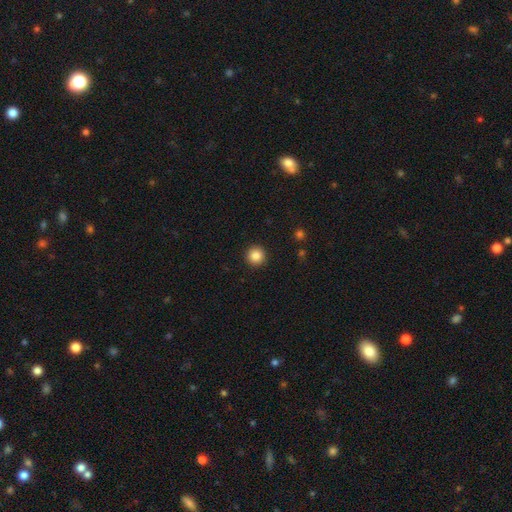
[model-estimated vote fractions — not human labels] smooth-or-featured: smooth: 86% | star or artifact: 10% | featured or disk: 4%
  how-rounded: round: 96% | in between: 3% | cigar-shaped: 1%
  merging: none: 93% | minor disturbance: 4% | major disturbance: 2% | merger: 1%